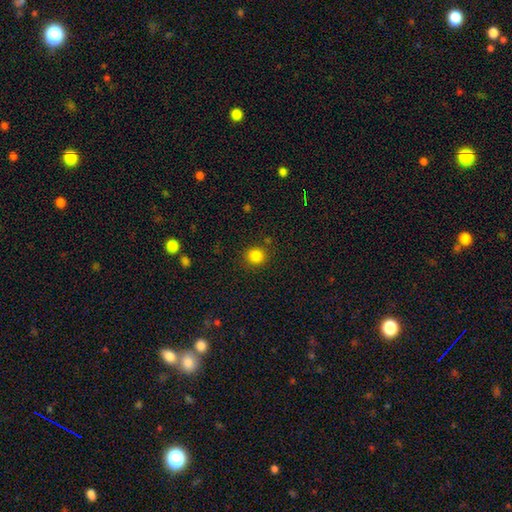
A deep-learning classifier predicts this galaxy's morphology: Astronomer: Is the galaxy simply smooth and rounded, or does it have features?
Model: smooth — 84%.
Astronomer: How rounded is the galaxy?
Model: round — 89%.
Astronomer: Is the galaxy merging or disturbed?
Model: none — 86%.